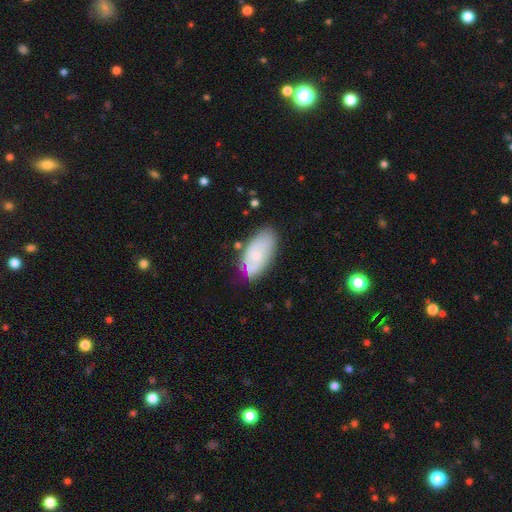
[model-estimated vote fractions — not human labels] smooth-or-featured: smooth: 57% | featured or disk: 35% | star or artifact: 8%
  how-rounded: in between: 92% | cigar-shaped: 5% | round: 3%
  merging: none: 68% | minor disturbance: 23% | major disturbance: 6% | merger: 4%